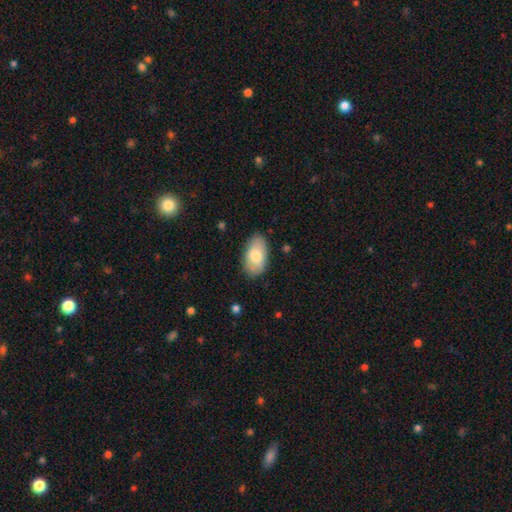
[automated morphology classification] A smooth galaxy with no disk features (74%) that is in between round and cigar-shaped (94%). Merging: none (82%).